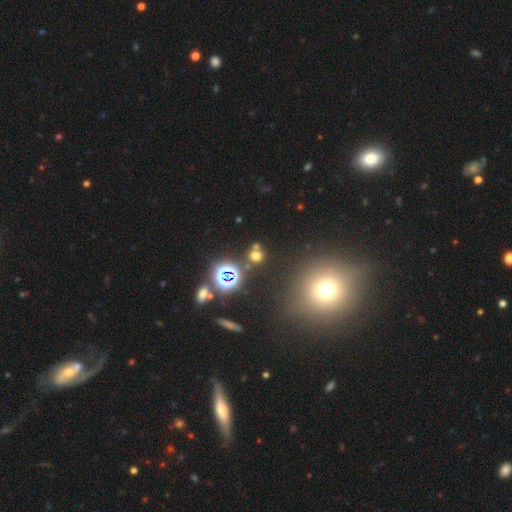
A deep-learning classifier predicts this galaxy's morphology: Q: Smooth or featured?
A: smooth (54%); runner-up: star or artifact (37%)
Q: How rounded?
A: round (85%); runner-up: in between (14%)
Q: Merging?
A: none (70%); runner-up: merger (17%)